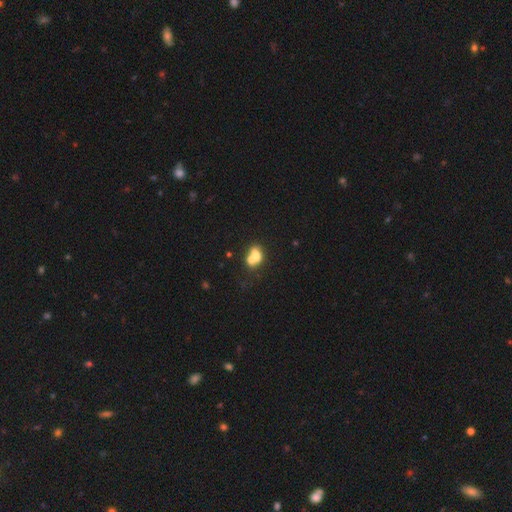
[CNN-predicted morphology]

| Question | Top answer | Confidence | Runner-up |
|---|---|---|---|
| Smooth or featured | smooth | 66% | featured or disk (23%) |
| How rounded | in between | 59% | round (39%) |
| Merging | merger | 62% | none (26%) |